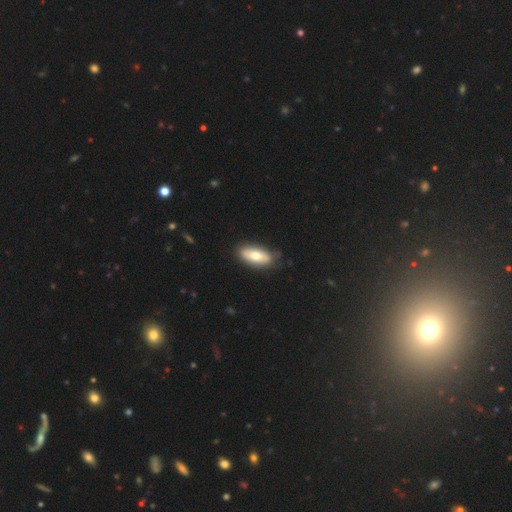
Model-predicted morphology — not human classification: smooth_or_featured: smooth (p=0.70) [alt: featured or disk p=0.25]
how_rounded: in between (p=0.82) [alt: cigar-shaped p=0.16]
merging: none (p=0.78) [alt: minor disturbance p=0.17]